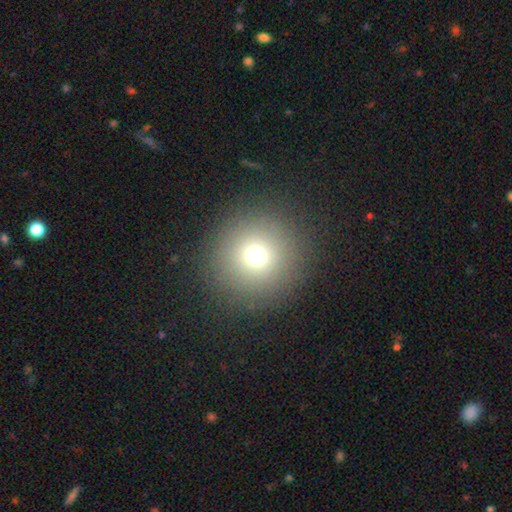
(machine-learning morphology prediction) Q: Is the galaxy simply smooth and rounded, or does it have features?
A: smooth — 71%.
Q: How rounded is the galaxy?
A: round — 95%.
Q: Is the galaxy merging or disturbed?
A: none — 90%.